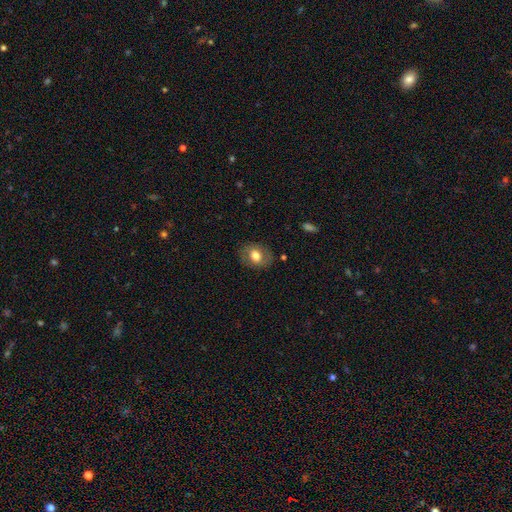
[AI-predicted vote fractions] The model was most divided on "how rounded": in between: 59%, round: 40%, cigar-shaped: 1%. More confident: merging — none (81%); smooth or featured — smooth (70%).